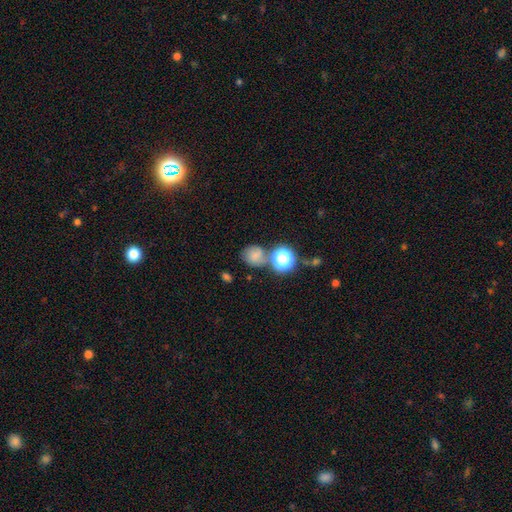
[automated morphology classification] This is likely a smooth galaxy (67%). How rounded: likely round (77%). Merging: possibly none (55%).